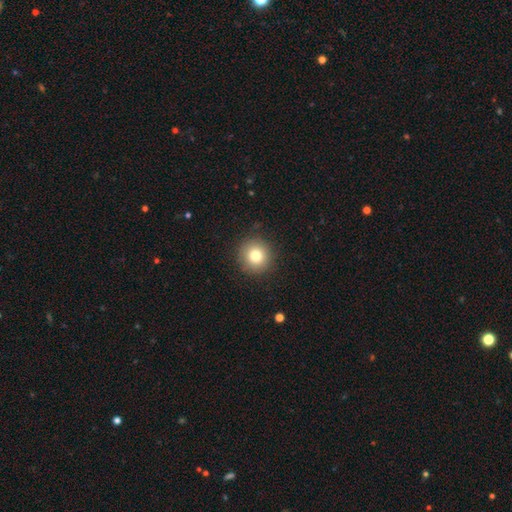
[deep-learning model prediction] Smooth or featured?
  - smooth: 80% *
  - star or artifact: 11%
  - featured or disk: 9%
How rounded?
  - round: 94% *
  - in between: 5%
  - cigar-shaped: 1%
Merging?
  - none: 90% *
  - minor disturbance: 7%
  - major disturbance: 2%
  - merger: 1%